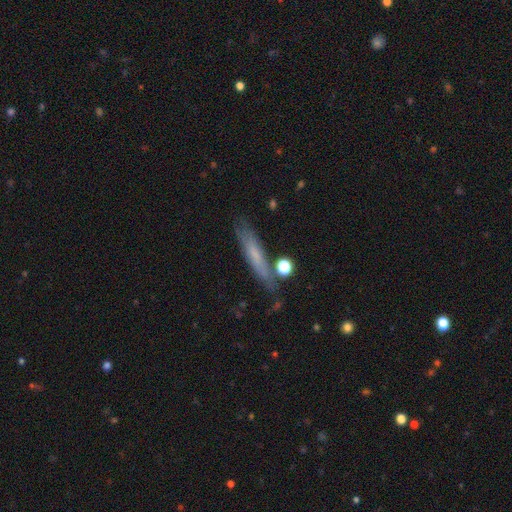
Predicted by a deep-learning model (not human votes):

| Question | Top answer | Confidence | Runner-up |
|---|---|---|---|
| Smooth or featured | smooth | 57% | featured or disk (34%) |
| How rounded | cigar-shaped | 84% | in between (12%) |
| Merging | none | 73% | minor disturbance (17%) |